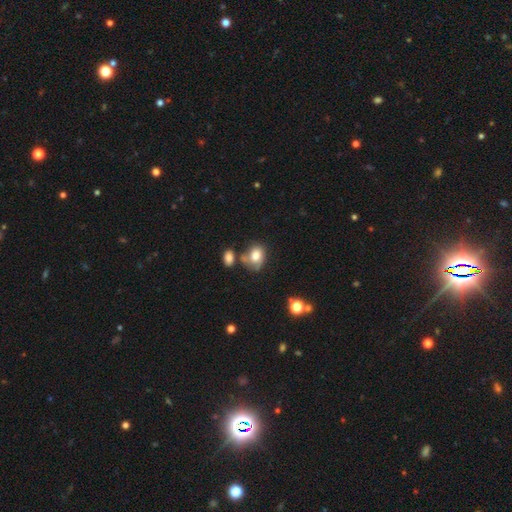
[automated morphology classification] The model was most divided on "how rounded": in between: 57%, round: 41%, cigar-shaped: 1%. Remaining: smooth or featured — smooth (75%); merging — none (42%).